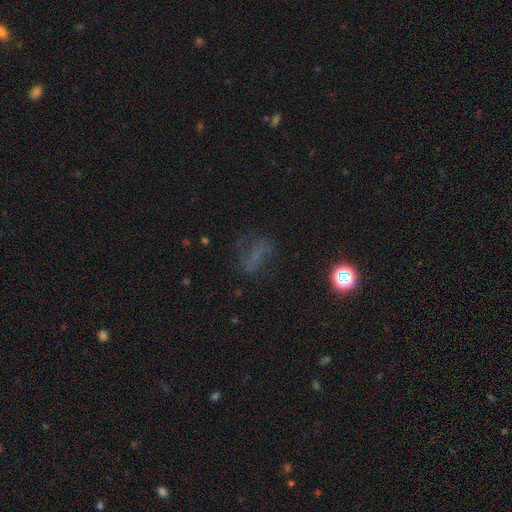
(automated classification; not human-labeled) Smooth or featured? smooth (42%)
Merging? none (56%)